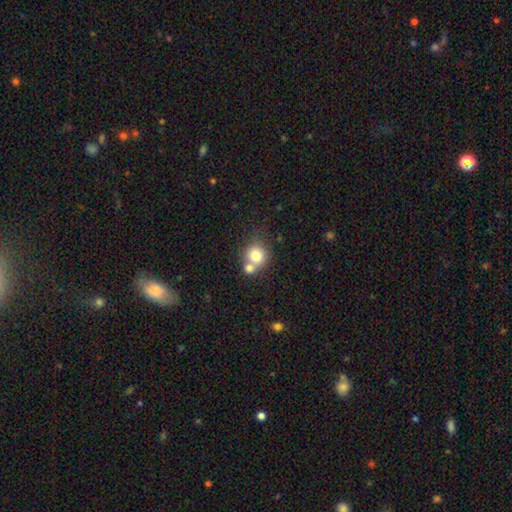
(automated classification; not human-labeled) Smooth or featured: smooth — 76% (featured or disk — 13%)
How rounded: round — 84% (in between — 15%)
Merging: merger — 47% (none — 42%)